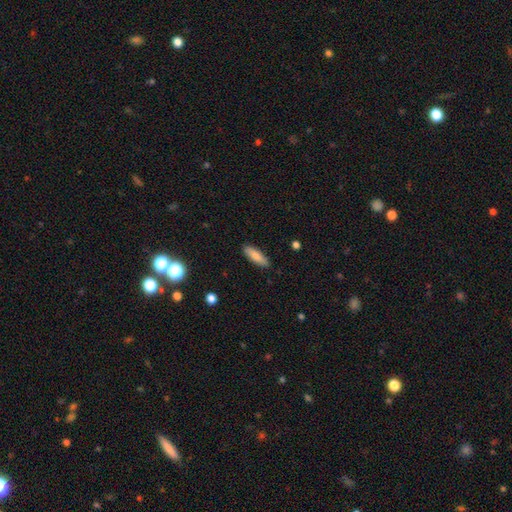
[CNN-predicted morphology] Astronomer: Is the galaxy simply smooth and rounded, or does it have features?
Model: smooth — 80%.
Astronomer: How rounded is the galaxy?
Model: in between — 50% (runner-up: cigar-shaped, 48%).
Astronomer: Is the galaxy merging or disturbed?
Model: none — 89%.